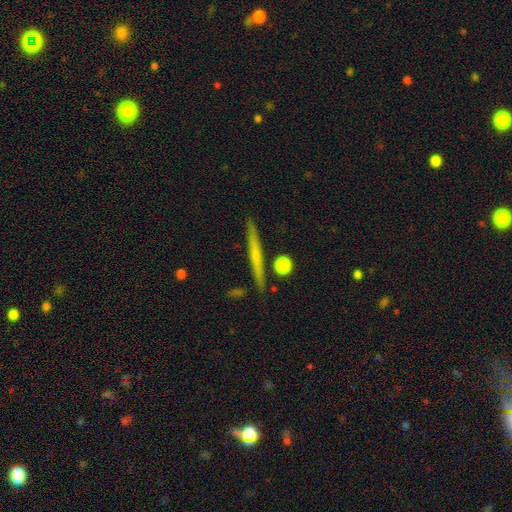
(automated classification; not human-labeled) The model was most divided on "smooth or featured": smooth: 47%, featured or disk: 46%, star or artifact: 7%. More confident: merging — none (89%).